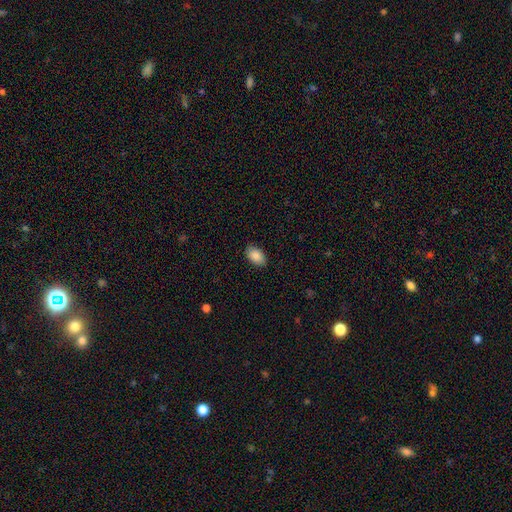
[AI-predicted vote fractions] This appears to be a smooth galaxy with no disk features (89%) that is in between round and cigar-shaped (92%). Merging: none (87%).